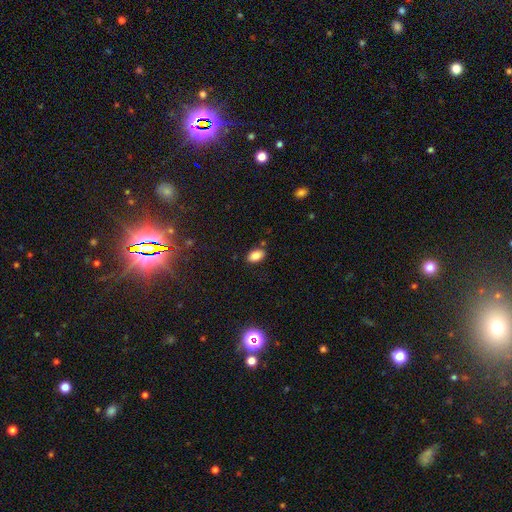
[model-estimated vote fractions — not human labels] A smooth galaxy with no disk features (86%) that is in between round and cigar-shaped (90%). Merging: none (83%).